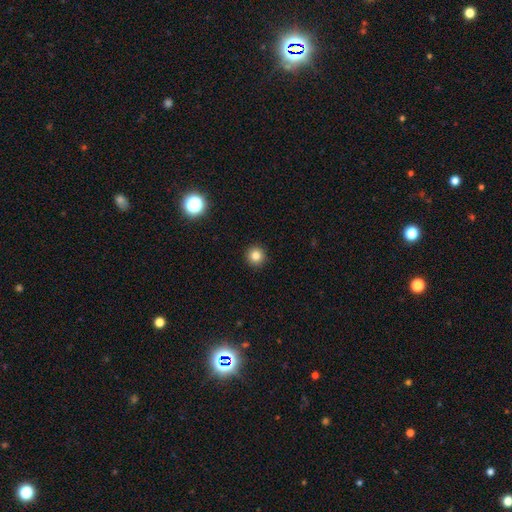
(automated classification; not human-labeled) Smooth or featured: smooth — 82% (star or artifact — 12%)
How rounded: round — 95% (in between — 4%)
Merging: none — 93% (minor disturbance — 5%)